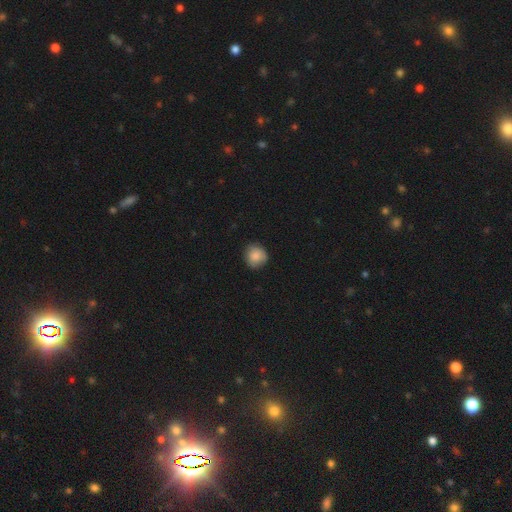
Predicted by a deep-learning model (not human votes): This is clearly a smooth galaxy (87%). How rounded: clearly round (88%). Merging: clearly none (83%).